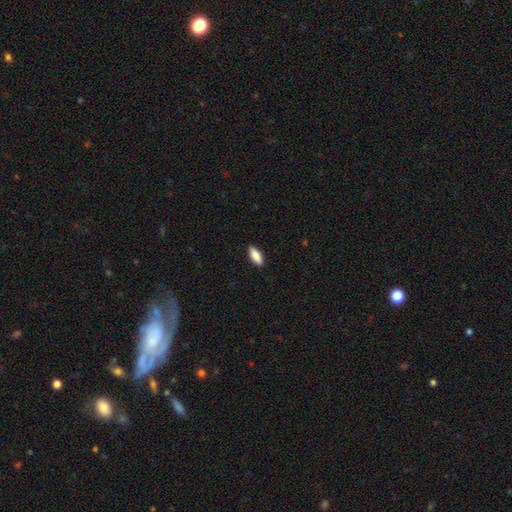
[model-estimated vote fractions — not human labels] Overall: smooth (88%). How rounded: in between (73%). Merging: none (89%).